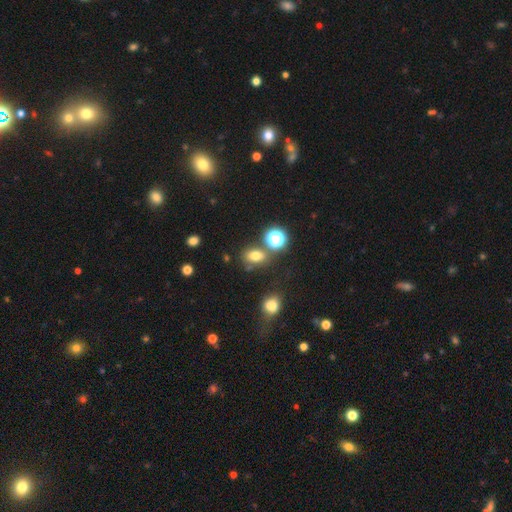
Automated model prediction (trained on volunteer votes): smooth-or-featured: smooth: 71% | star or artifact: 20% | featured or disk: 9%
  how-rounded: in between: 65% | round: 33% | cigar-shaped: 2%
  merging: none: 70% | minor disturbance: 13% | merger: 13% | major disturbance: 5%